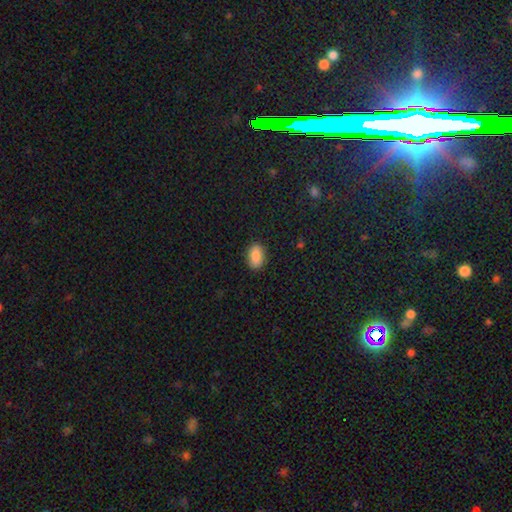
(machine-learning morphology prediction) Smooth or featured?
  - smooth: 86% *
  - star or artifact: 7%
  - featured or disk: 6%
How rounded?
  - in between: 88% *
  - round: 9%
  - cigar-shaped: 3%
Merging?
  - none: 85% *
  - minor disturbance: 11%
  - major disturbance: 3%
  - merger: 1%